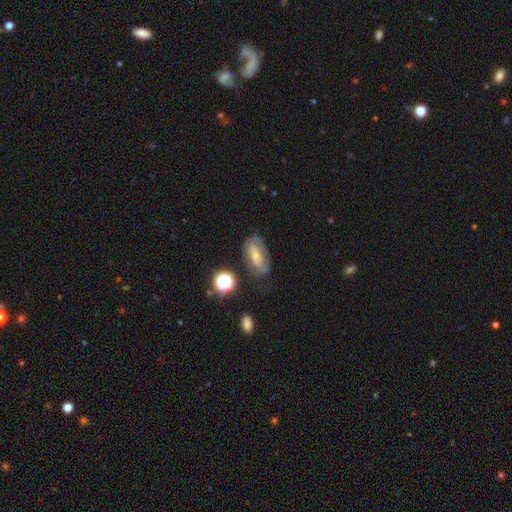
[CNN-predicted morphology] Smooth or featured?
  - featured or disk: 50% *
  - smooth: 39%
  - star or artifact: 11%
Merging?
  - none: 59% *
  - minor disturbance: 25%
  - major disturbance: 13%
  - merger: 3%